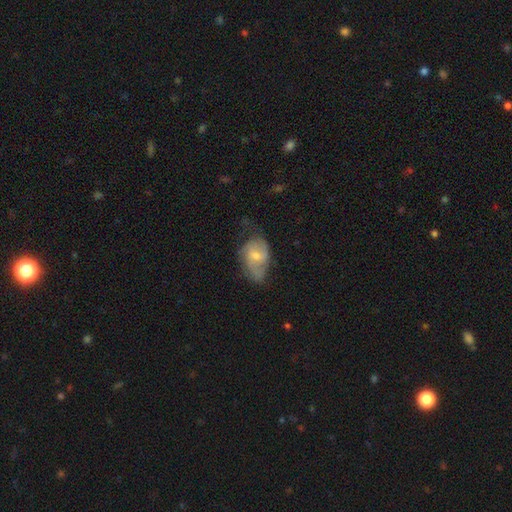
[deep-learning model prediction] The model was most divided on "bulge size": small: 48%, moderate: 45%, none: 3%, large: 2%, dominant: 1%. Remaining: edge-on disk — no (95%); spiral arms — yes (80%); smooth or featured — featured or disk (60%); bar — no (52%); merging — none (47%).